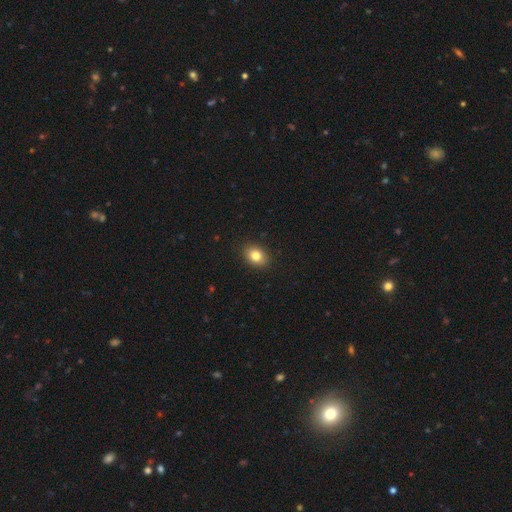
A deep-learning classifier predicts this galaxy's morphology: The model was most divided on "how rounded": in between: 66%, round: 33%, cigar-shaped: 1%. More confident: merging — none (89%); smooth or featured — smooth (82%).